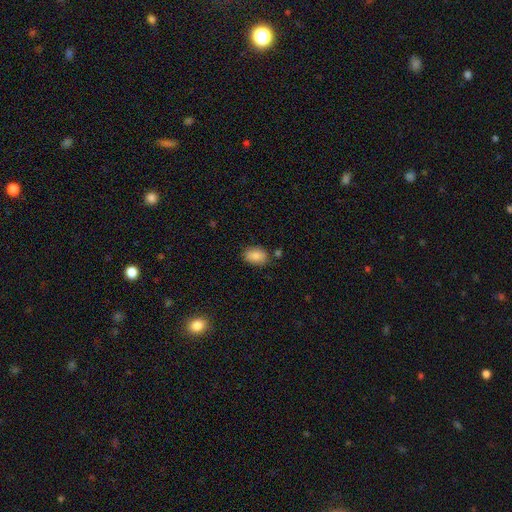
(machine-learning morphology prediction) This appears to be a smooth galaxy with no disk features (85%) that is in between round and cigar-shaped (83%). Merging: none (79%).